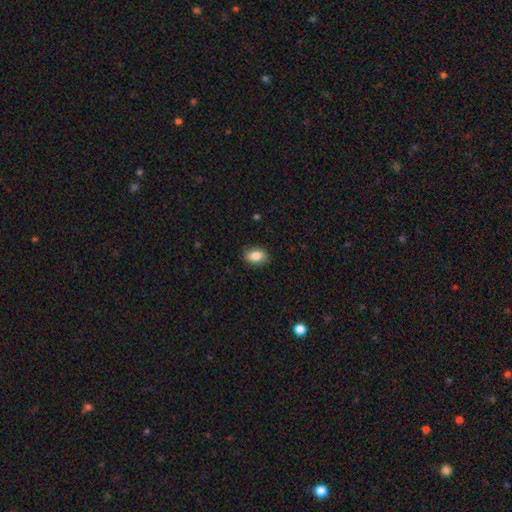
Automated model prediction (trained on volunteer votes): This appears to be a smooth galaxy with no disk features (85%) that is in between round and cigar-shaped (84%). Merging: none (85%).